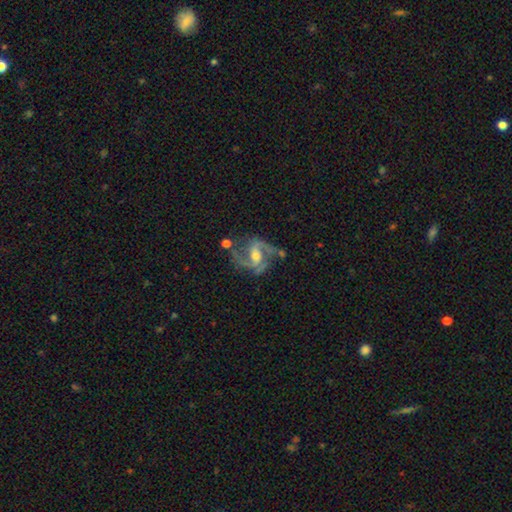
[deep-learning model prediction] Morphology: type=featured or disk (89%); edge-on=no (98%); bar=weak (49%); spiral arms=yes (97%); winding=medium (57%); arm count=2 (74%); bulge=moderate (58%); merging=none (57%).